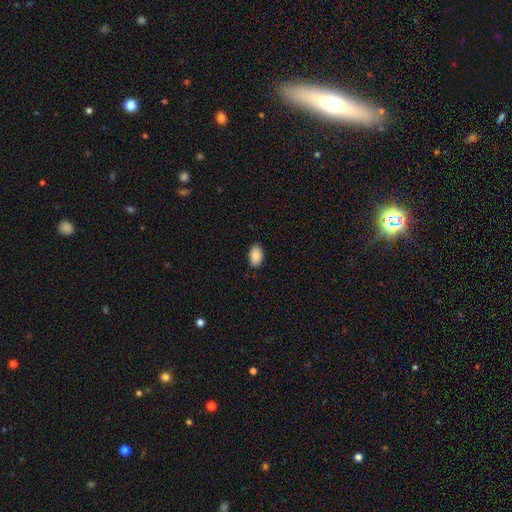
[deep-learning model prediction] The model was most divided on "merging": none: 88%, minor disturbance: 9%, major disturbance: 2%, merger: 1%. More confident: how rounded — in between (90%); smooth or featured — smooth (88%).